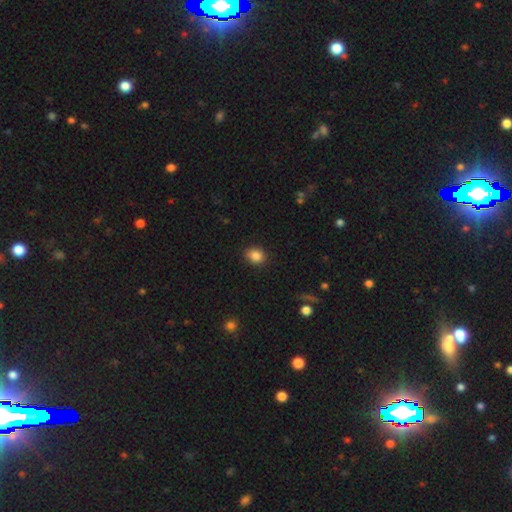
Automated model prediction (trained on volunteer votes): smooth-or-featured: smooth: 86% | star or artifact: 10% | featured or disk: 4%
  how-rounded: round: 56% | in between: 43% | cigar-shaped: 1%
  merging: none: 87% | minor disturbance: 9% | major disturbance: 2% | merger: 1%